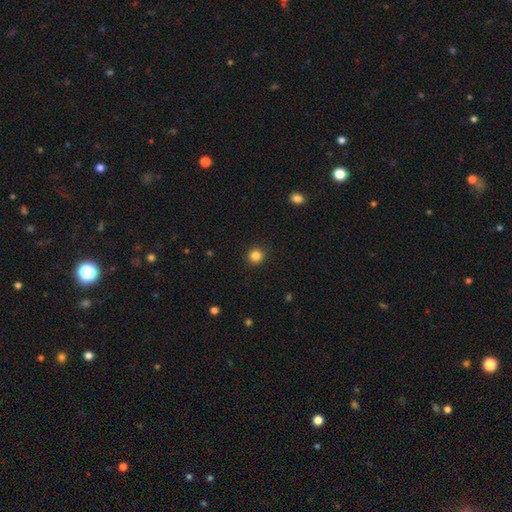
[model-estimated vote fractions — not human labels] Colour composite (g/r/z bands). It shows a smooth galaxy with no disk features (85%) that is round (94%). Merging: none (92%).